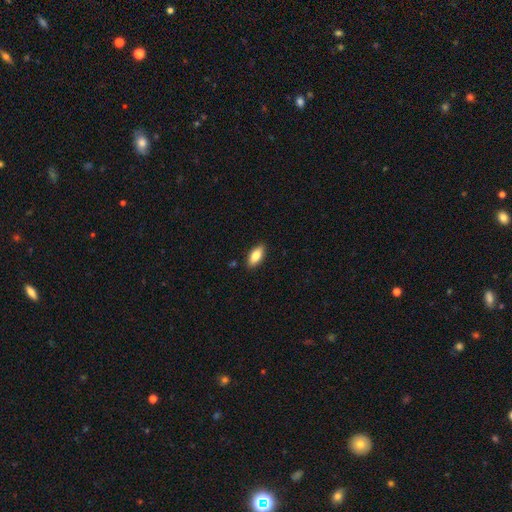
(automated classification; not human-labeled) Q: Smooth or featured?
A: smooth (83%); runner-up: featured or disk (10%)
Q: How rounded?
A: in between (89%); runner-up: cigar-shaped (9%)
Q: Merging?
A: none (89%); runner-up: minor disturbance (8%)